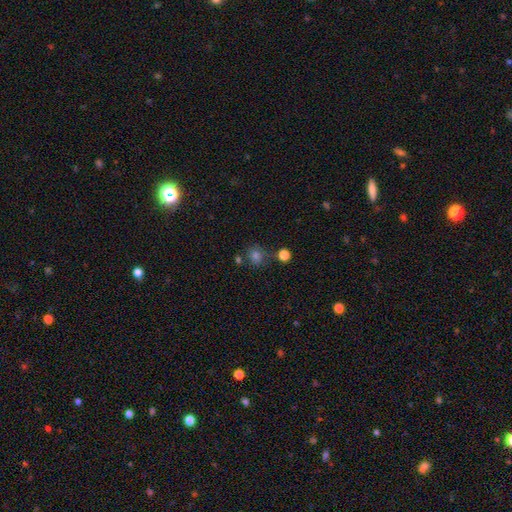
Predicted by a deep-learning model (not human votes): A smooth galaxy with no disk features (69%) that is round (81%). Merging: none (71%).